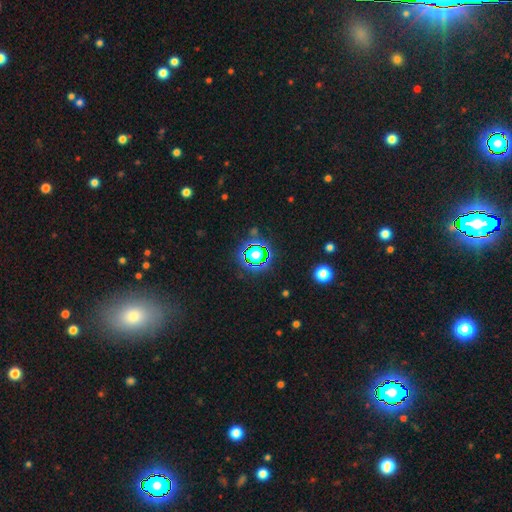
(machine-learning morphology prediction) Smooth or featured?
  - star or artifact: 73% *
  - smooth: 19%
  - featured or disk: 9%